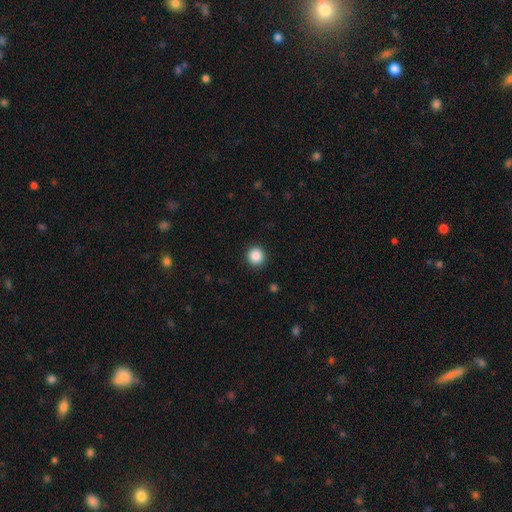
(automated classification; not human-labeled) Smooth or featured: smooth — 88% (star or artifact — 9%)
How rounded: round — 93% (in between — 6%)
Merging: none — 91% (minor disturbance — 6%)